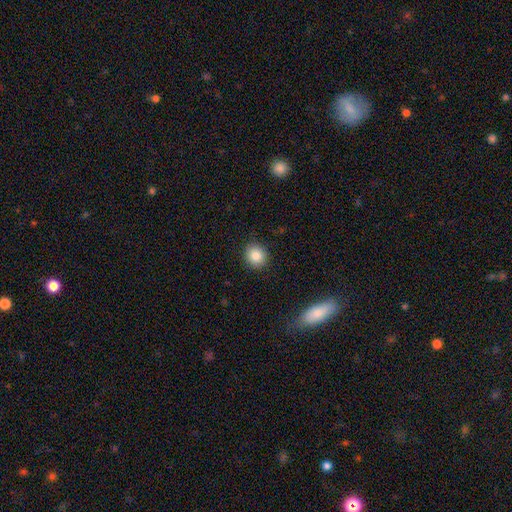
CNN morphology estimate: This is clearly a smooth galaxy (84%). How rounded: clearly round (84%). Merging: clearly none (91%).